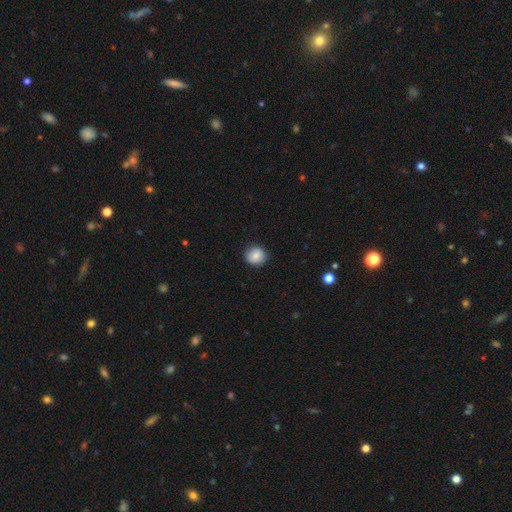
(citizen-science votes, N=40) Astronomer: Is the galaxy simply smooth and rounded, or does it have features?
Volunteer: smooth — 82%.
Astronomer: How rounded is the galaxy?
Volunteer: round — 85%.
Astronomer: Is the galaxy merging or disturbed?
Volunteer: none — 79%.